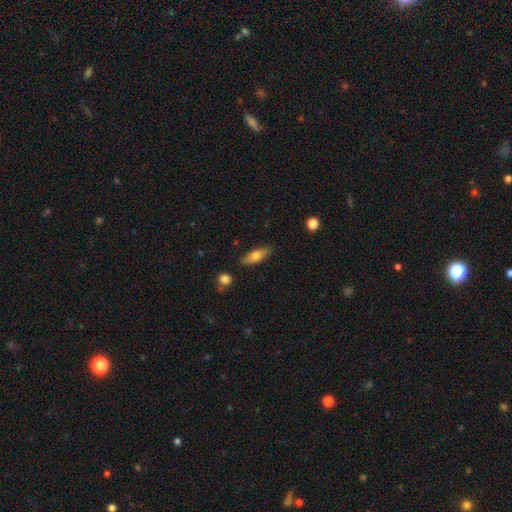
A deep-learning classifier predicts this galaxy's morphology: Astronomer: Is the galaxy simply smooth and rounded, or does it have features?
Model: smooth — 68%.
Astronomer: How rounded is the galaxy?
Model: in between — 66%.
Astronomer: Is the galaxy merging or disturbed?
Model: none — 85%.